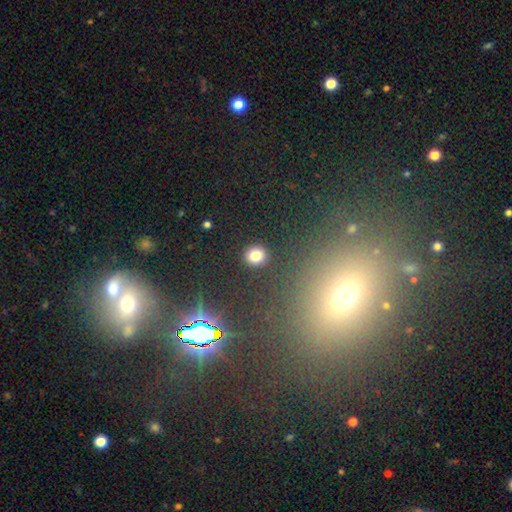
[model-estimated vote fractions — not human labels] smooth_or_featured: smooth (p=0.80) [alt: star or artifact p=0.14]
how_rounded: round (p=0.83) [alt: in between p=0.16]
merging: none (p=0.90) [alt: minor disturbance p=0.06]